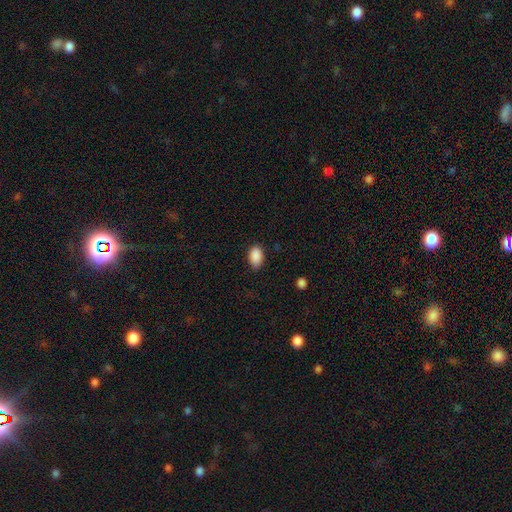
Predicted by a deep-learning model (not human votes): This is clearly a smooth galaxy (89%). How rounded: clearly in between (89%). Merging: clearly none (80%).